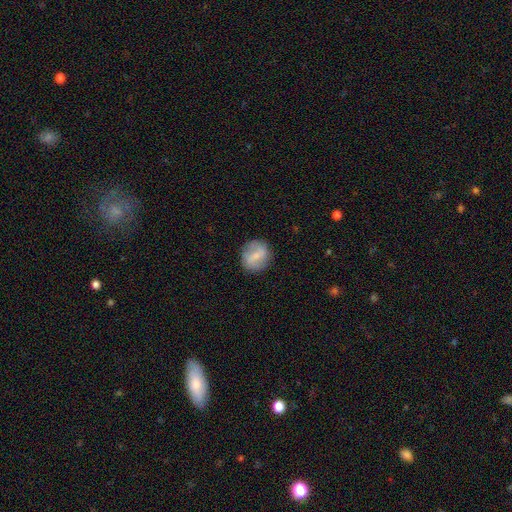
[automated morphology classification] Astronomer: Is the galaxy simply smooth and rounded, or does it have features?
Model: smooth — 54% (runner-up: featured or disk, 39%).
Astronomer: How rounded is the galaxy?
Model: round — 81%.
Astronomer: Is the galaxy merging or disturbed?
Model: none — 82%.